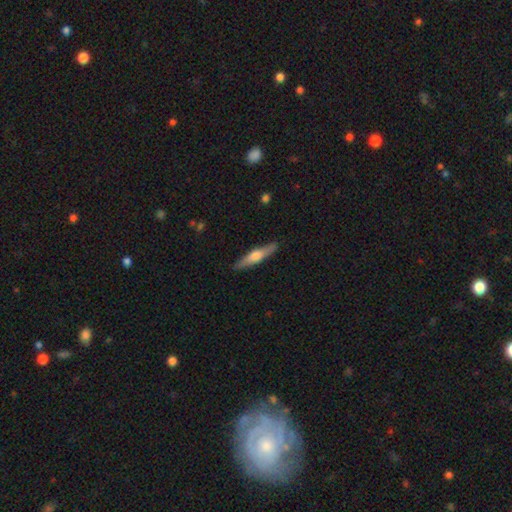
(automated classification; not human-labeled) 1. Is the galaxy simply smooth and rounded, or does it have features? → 52% featured or disk, 43% smooth, 5% star or artifact.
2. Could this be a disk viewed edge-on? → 94% yes, 6% no.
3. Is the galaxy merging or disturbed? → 89% none, 8% minor disturbance, 2% major disturbance, 1% merger.